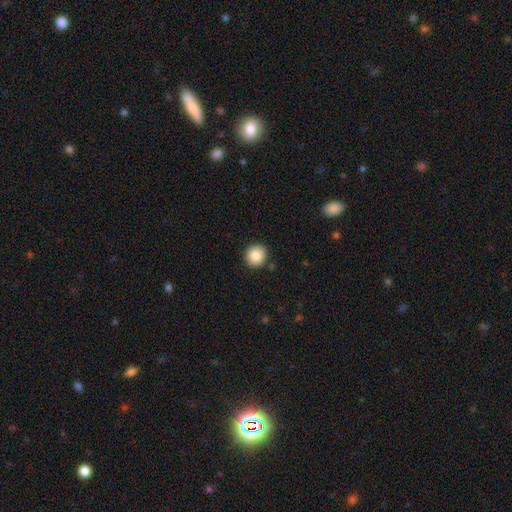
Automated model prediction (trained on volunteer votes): smooth_or_featured: smooth (p=0.85) [alt: star or artifact p=0.09]
how_rounded: round (p=0.86) [alt: in between p=0.13]
merging: none (p=0.89) [alt: minor disturbance p=0.07]